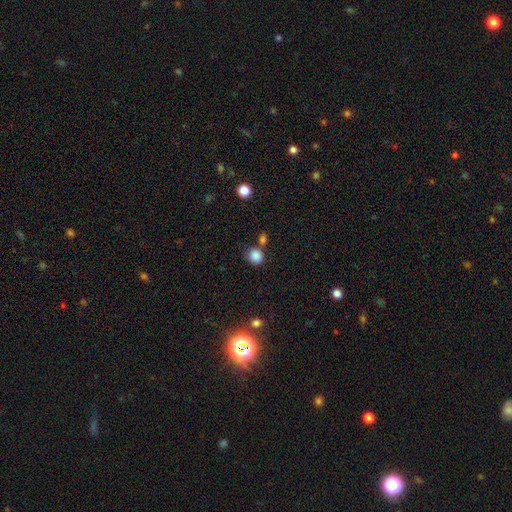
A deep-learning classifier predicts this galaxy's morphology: smooth-or-featured: smooth: 85% | star or artifact: 11% | featured or disk: 4%
  how-rounded: round: 83% | in between: 16% | cigar-shaped: 1%
  merging: none: 67% | merger: 15% | minor disturbance: 13% | major disturbance: 4%